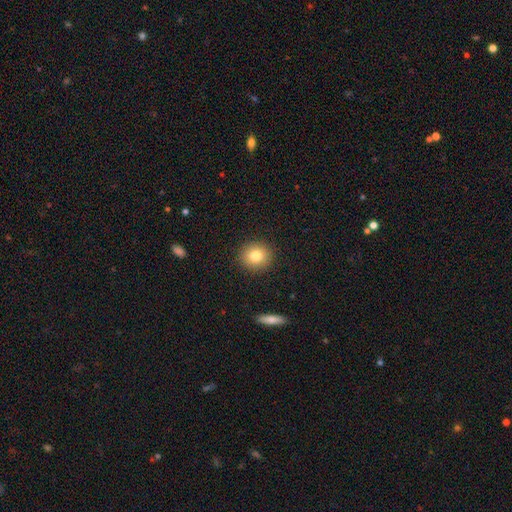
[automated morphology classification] A smooth galaxy with no disk features (80%) that is round (87%).

Vote fractions:
- Smooth or featured? smooth: 80% / featured or disk: 10% / star or artifact: 10%
- How rounded? round: 87% / in between: 12% / cigar-shaped: 1%
- Merging? none: 91% / minor disturbance: 6% / major disturbance: 2% / merger: 1%